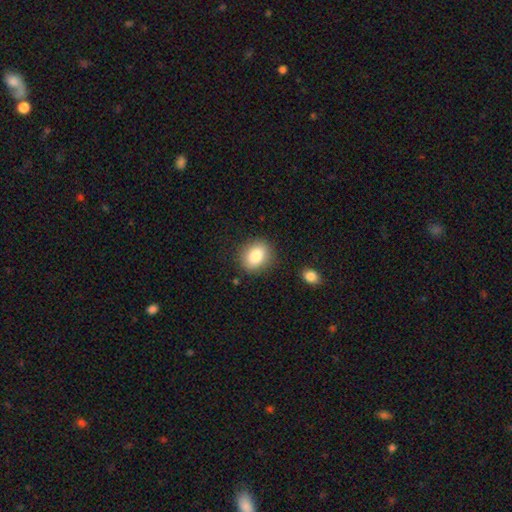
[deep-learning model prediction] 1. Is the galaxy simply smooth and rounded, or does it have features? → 84% smooth, 9% star or artifact, 7% featured or disk.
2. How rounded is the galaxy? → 50% round, 48% in between, 1% cigar-shaped.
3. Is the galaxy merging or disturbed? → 85% none, 10% minor disturbance, 3% major disturbance, 2% merger.